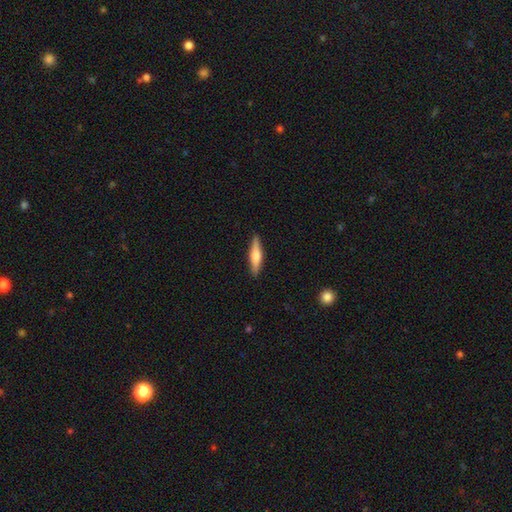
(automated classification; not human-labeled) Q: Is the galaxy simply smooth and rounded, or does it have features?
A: featured or disk — 48%.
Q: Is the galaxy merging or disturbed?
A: none — 90%.